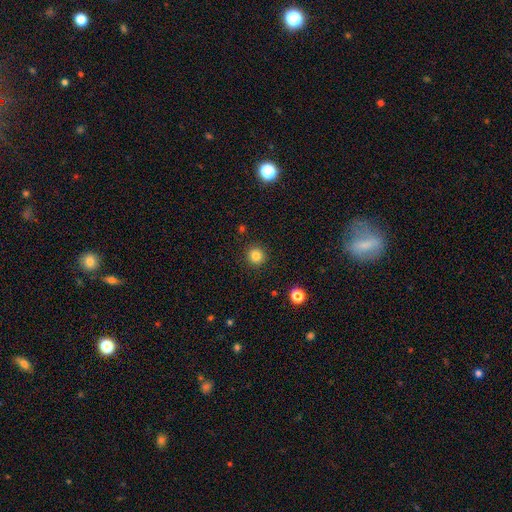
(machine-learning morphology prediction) This is clearly a smooth galaxy (83%). How rounded: clearly round (93%). Merging: clearly none (92%).